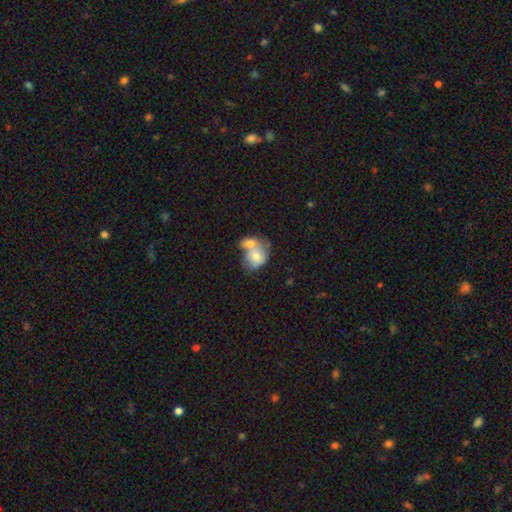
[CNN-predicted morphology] This appears to be a smooth galaxy with no disk features (67%) that is round (50%). Merging: merger (71%).